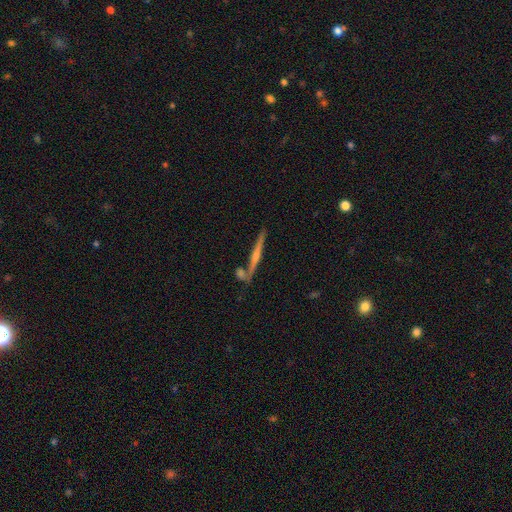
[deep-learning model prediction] Smooth or featured? Predicted: featured or disk (p=0.60). Edge-on disk? Predicted: yes (p=0.90). Edge-on bulge? Predicted: rounded (p=0.64). Merging? Predicted: none (p=0.69).